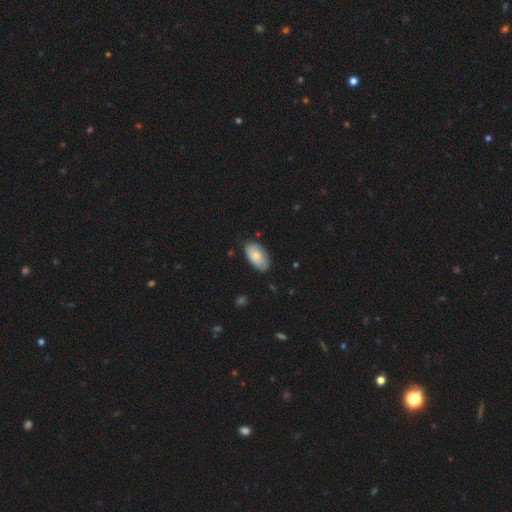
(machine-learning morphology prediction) Smooth or featured: smooth — 72% (featured or disk — 22%)
How rounded: in between — 95% (round — 4%)
Merging: none — 75% (minor disturbance — 20%)